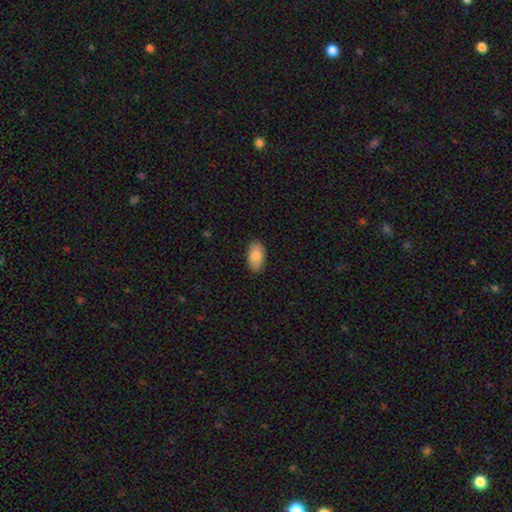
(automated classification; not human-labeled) Smooth or featured? smooth (85%)
How rounded? in between (94%)
Merging? none (85%)